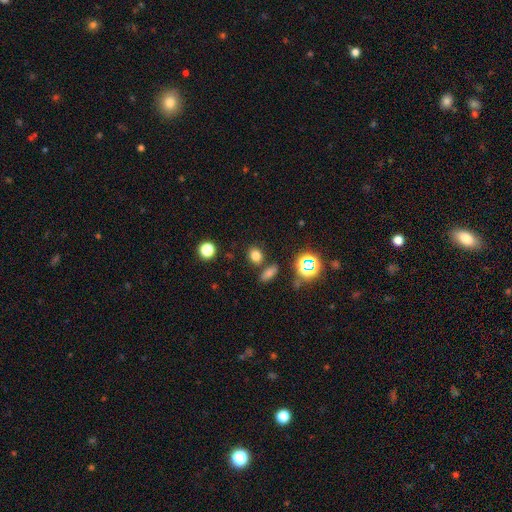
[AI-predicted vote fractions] Smooth or featured? Predicted: smooth (p=0.74). How rounded? Predicted: round (p=0.57). Merging? Predicted: none (p=0.77).